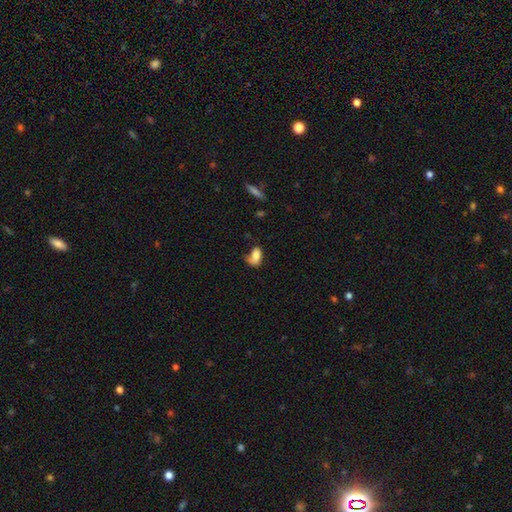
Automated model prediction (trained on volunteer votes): smooth-or-featured: smooth: 78% | featured or disk: 13% | star or artifact: 9%
  how-rounded: in between: 88% | round: 9% | cigar-shaped: 3%
  merging: none: 36% | minor disturbance: 32% | major disturbance: 24% | merger: 8%